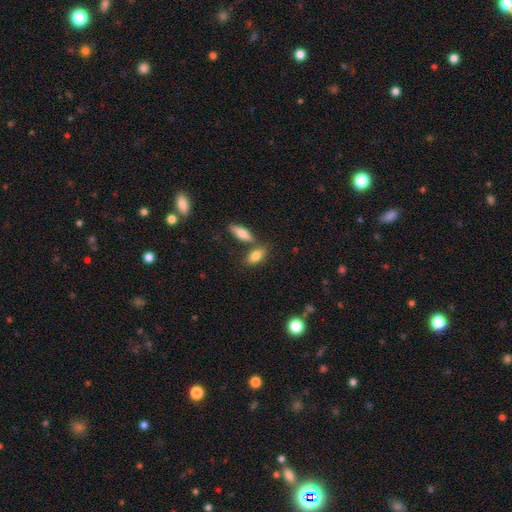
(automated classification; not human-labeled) Morphology: type=smooth (80%); roundness=in between (82%); merging=none (60%).